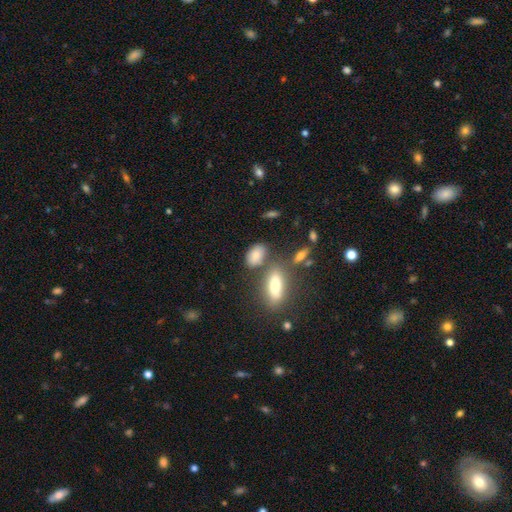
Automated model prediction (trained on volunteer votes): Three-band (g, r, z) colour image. It shows a smooth galaxy with no disk features (81%) that is in between round and cigar-shaped (84%). Merging: none (62%).